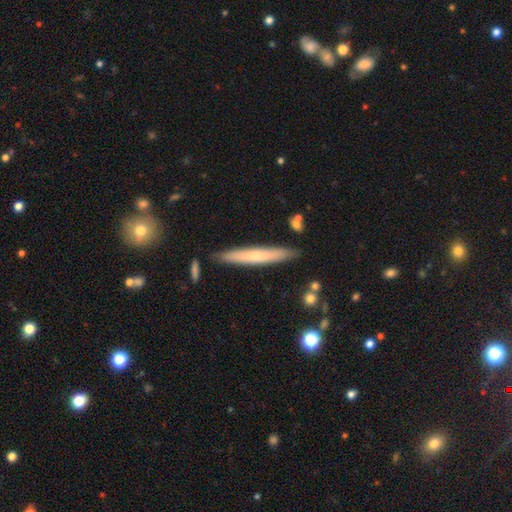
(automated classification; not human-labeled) smooth_or_featured: smooth (p=0.55) [alt: featured or disk p=0.39]
how_rounded: cigar-shaped (p=0.95) [alt: in between p=0.04]
merging: none (p=0.87) [alt: minor disturbance p=0.09]